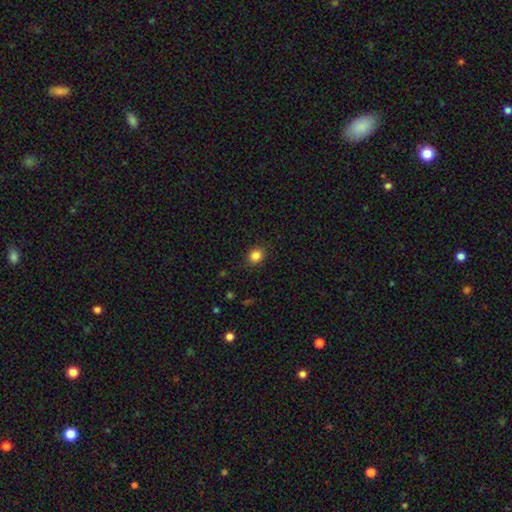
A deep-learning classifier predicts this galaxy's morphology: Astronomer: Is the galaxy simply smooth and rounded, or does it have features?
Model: smooth — 85%.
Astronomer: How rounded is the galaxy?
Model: round — 69%.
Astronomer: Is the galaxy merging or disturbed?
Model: none — 88%.